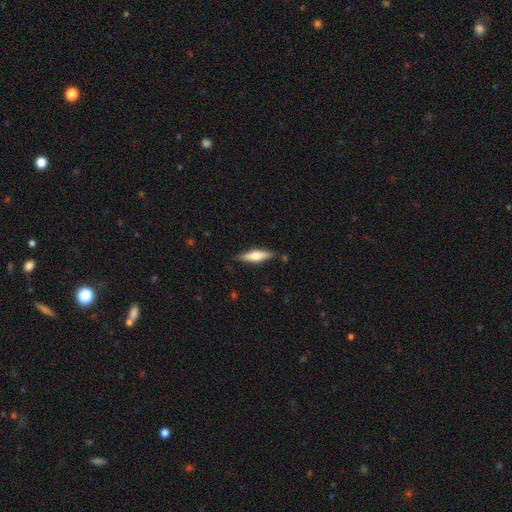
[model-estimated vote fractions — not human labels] A smooth galaxy with no disk features (49%). Merging: none (84%).